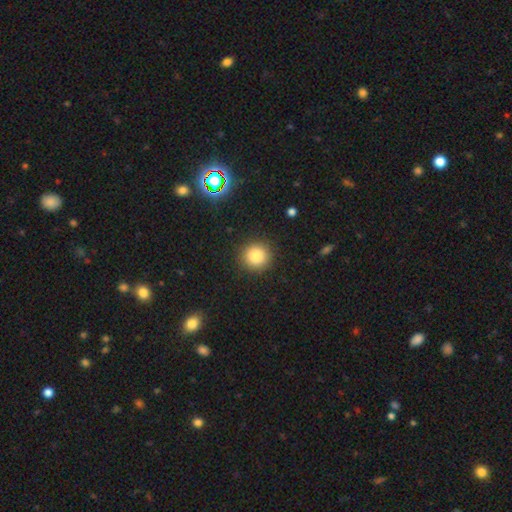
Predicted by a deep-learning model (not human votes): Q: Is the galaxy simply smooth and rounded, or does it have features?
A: smooth — 84%.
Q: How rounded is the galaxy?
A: round — 93%.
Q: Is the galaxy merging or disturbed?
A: none — 90%.